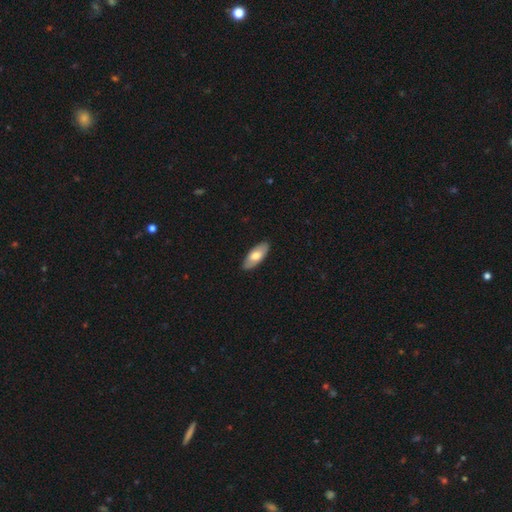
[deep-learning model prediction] This is likely a smooth galaxy (65%). How rounded: clearly in between (86%). Merging: clearly none (87%).